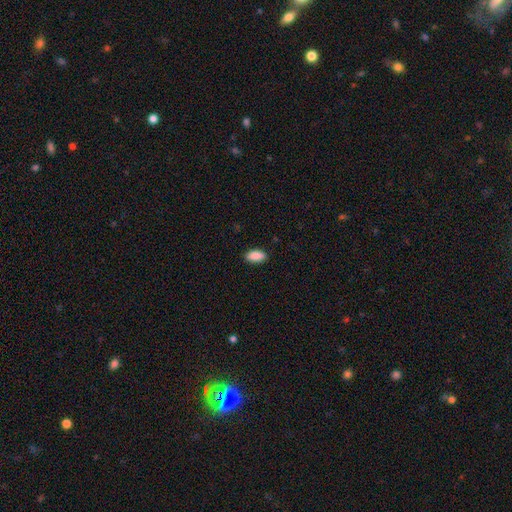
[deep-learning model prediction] A smooth galaxy with no disk features (90%) that is in between round and cigar-shaped (93%). Merging: none (88%).